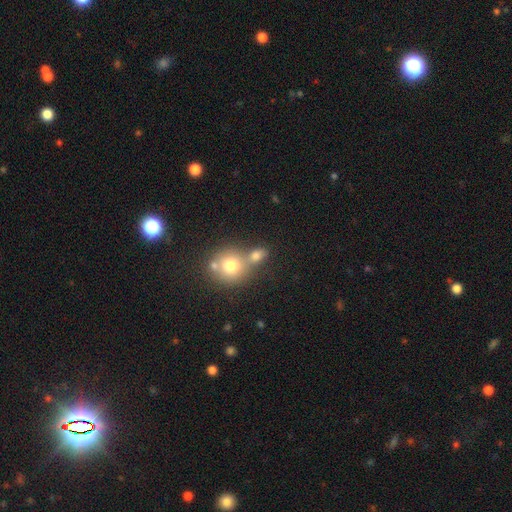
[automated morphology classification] Q: Smooth or featured?
A: smooth (76%); runner-up: featured or disk (13%)
Q: How rounded?
A: round (56%); runner-up: in between (41%)
Q: Merging?
A: merger (43%); runner-up: none (42%)